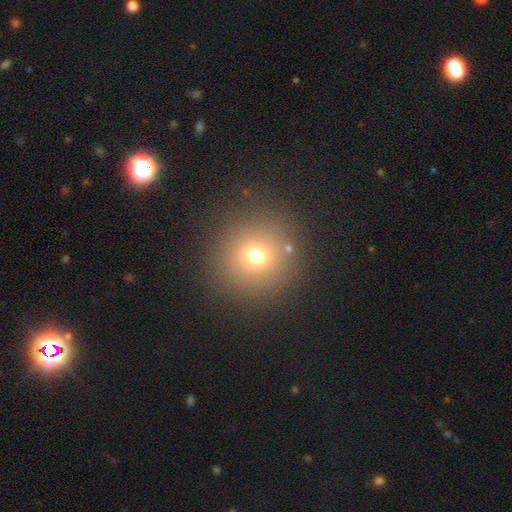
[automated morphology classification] A smooth galaxy with no disk features (70%) that is round (93%).

Vote fractions:
- Smooth or featured? smooth: 70% / star or artifact: 19% / featured or disk: 11%
- How rounded? round: 93% / in between: 6% / cigar-shaped: 1%
- Merging? none: 88% / minor disturbance: 7% / major disturbance: 4% / merger: 2%